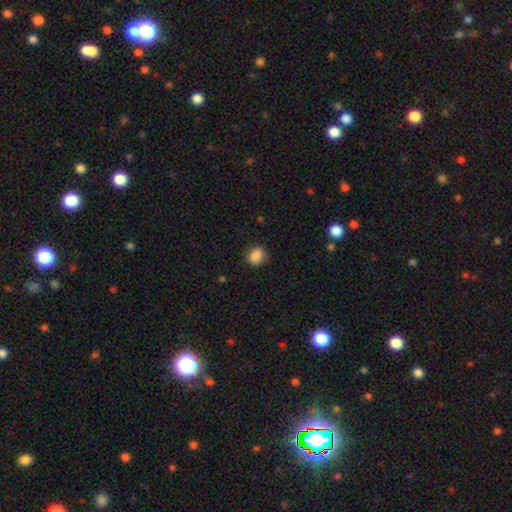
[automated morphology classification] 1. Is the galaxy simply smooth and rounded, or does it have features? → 87% smooth, 9% star or artifact, 4% featured or disk.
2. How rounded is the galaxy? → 54% round, 45% in between, 1% cigar-shaped.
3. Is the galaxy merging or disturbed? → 84% none, 12% minor disturbance, 3% major disturbance, 1% merger.